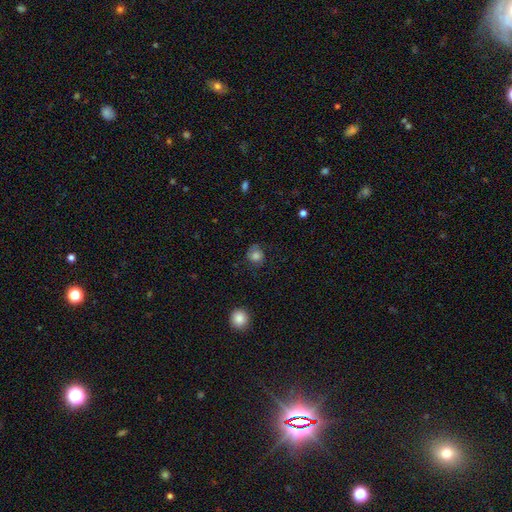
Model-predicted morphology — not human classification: Smooth or featured: smooth — 77% (featured or disk — 13%)
How rounded: round — 80% (in between — 19%)
Merging: none — 69% (minor disturbance — 21%)